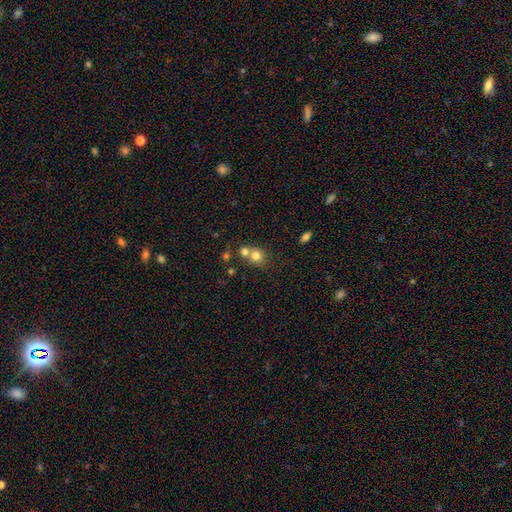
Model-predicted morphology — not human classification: The model was most divided on "merging" (2-way tie): merger: 45%, none: 45%, minor disturbance: 7%, major disturbance: 3%. More confident: how rounded — round (80%); smooth or featured — smooth (76%).